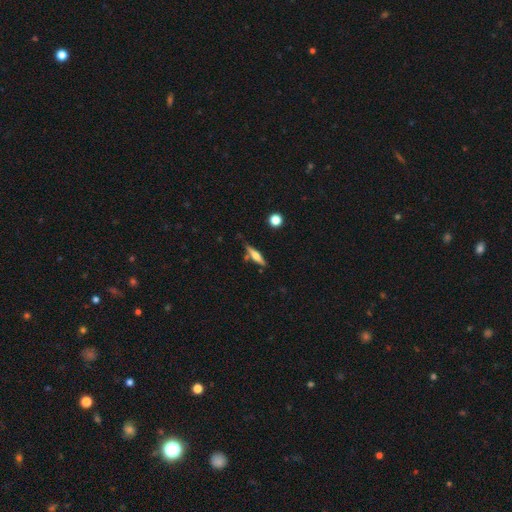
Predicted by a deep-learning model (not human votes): Overall: featured or disk (53%; smooth 40%). Edge-on disk: yes (95%). Merging: none (75%).